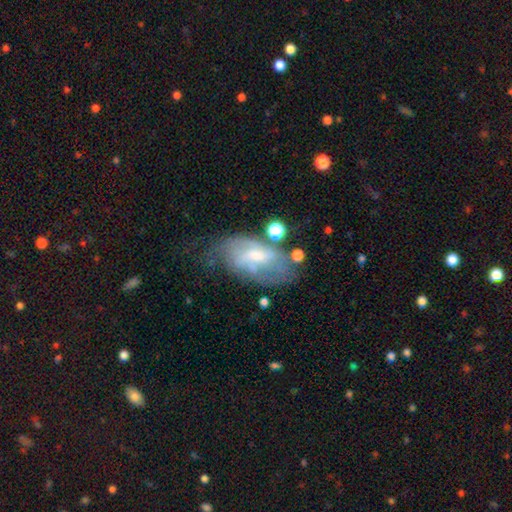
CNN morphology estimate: Smooth or featured? Predicted: featured or disk (p=0.65). Edge-on disk? Predicted: no (p=0.93). Bar? Predicted: weak (p=0.46). Spiral arms? Predicted: yes (p=0.72). Bulge size? Predicted: small (p=0.55). Merging? Predicted: none (p=0.45).